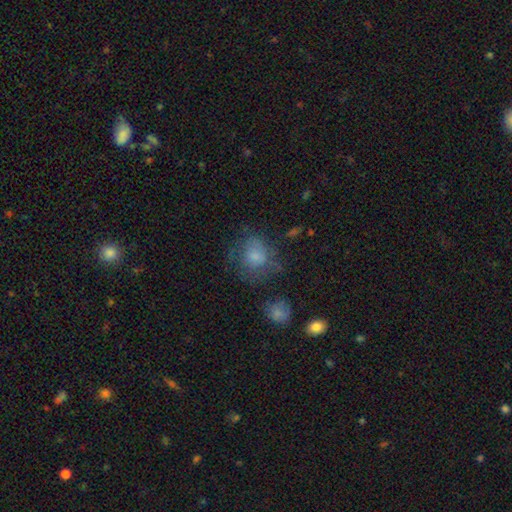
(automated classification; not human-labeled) A smooth galaxy with no disk features (68%) that is round (66%). Merging: none (46%).